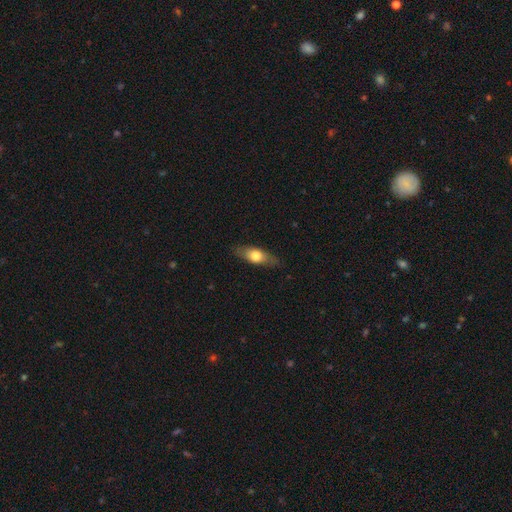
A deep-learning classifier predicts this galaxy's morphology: Overall: smooth (62%; featured or disk 32%). How rounded: in between (64%; cigar-shaped 30%). Merging: none (81%).